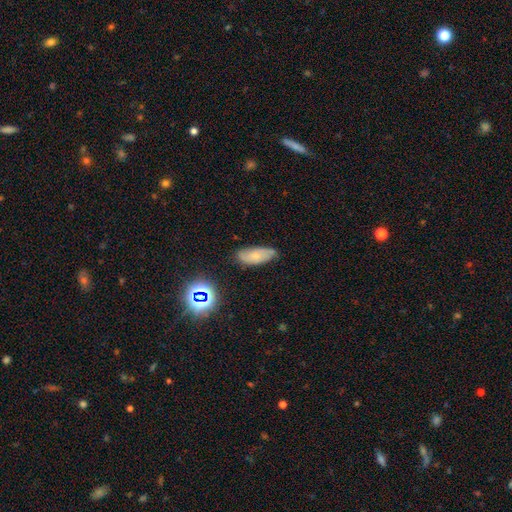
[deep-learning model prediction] Smooth or featured?
  - smooth: 62% *
  - featured or disk: 26%
  - star or artifact: 12%
How rounded?
  - in between: 78% *
  - cigar-shaped: 19%
  - round: 3%
Merging?
  - none: 70% *
  - minor disturbance: 24%
  - major disturbance: 4%
  - merger: 2%